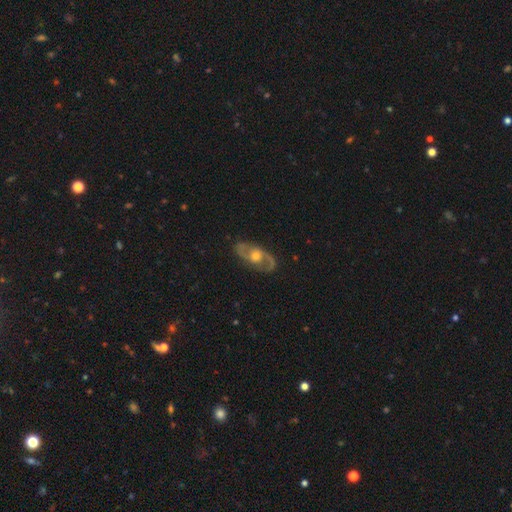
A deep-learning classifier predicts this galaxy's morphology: featured or disk 81%, smooth 13%, star or artifact 6%. Down the decision tree: edge-on disk — no (92%); bar — no (66%); spiral arms — yes (86%); spiral arm count — 2 (86%); spiral winding — medium (51%); bulge size — moderate (70%); merging — none (83%).